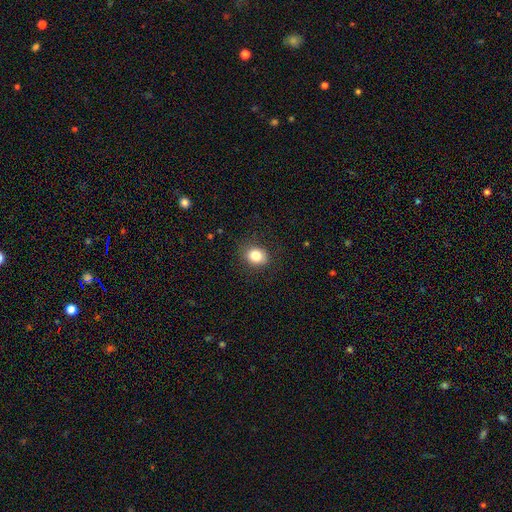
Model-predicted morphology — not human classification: type=smooth (84%); roundness=round (54%); merging=none (86%).